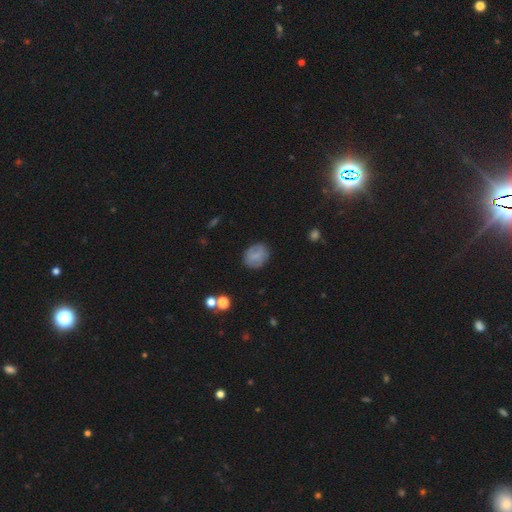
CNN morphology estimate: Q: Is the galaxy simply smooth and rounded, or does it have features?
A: smooth — 73%.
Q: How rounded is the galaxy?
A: round — 56%.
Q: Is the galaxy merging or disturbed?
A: none — 82%.